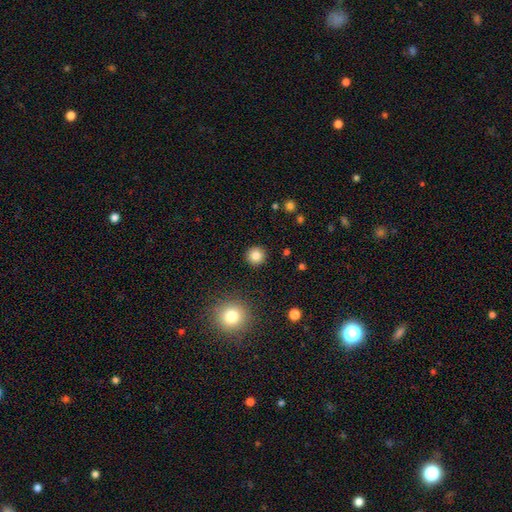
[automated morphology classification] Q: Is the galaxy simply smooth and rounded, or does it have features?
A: smooth — 83%.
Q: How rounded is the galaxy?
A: round — 95%.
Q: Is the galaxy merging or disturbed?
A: none — 92%.